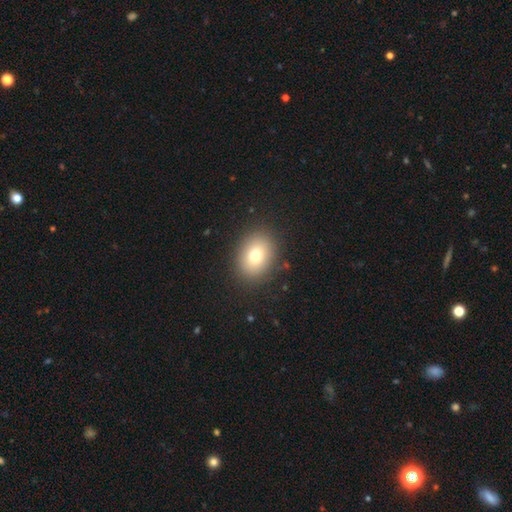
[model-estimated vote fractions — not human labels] Smooth or featured?
  - smooth: 75% *
  - featured or disk: 13%
  - star or artifact: 12%
How rounded?
  - in between: 58% *
  - round: 41%
  - cigar-shaped: 1%
Merging?
  - none: 88% *
  - minor disturbance: 8%
  - major disturbance: 3%
  - merger: 1%